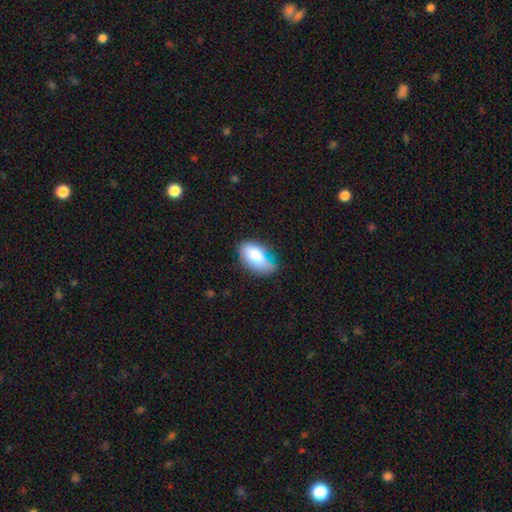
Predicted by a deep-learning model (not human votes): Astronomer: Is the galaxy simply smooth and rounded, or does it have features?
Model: smooth — 81%.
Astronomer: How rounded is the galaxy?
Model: in between — 93%.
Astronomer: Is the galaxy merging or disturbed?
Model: none — 55% (runner-up: minor disturbance, 32%).